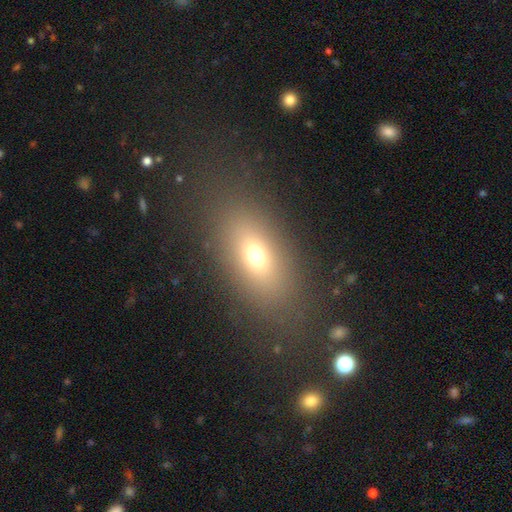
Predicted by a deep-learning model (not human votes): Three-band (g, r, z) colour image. It shows a smooth galaxy with no disk features (67%) that is in between round and cigar-shaped (78%). Merging: none (79%).